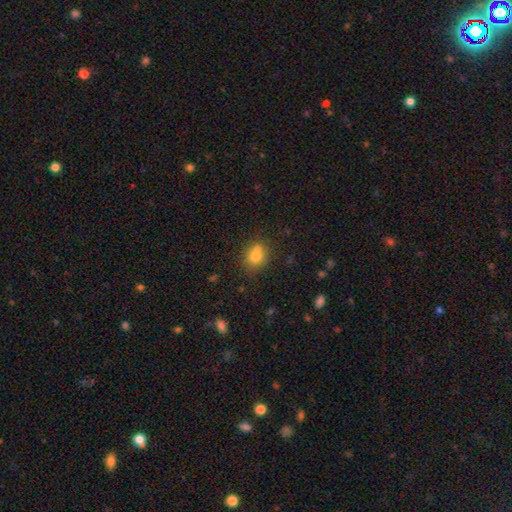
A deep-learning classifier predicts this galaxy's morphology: Smooth or featured? smooth (75%)
How rounded? round (70%)
Merging? none (56%)